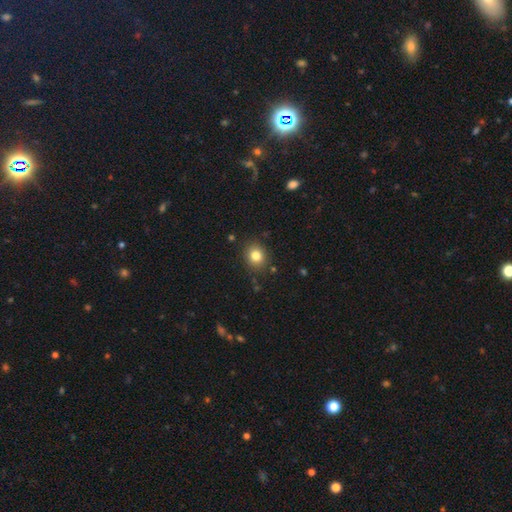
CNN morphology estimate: The model was most divided on "how rounded": round: 72%, in between: 28%, cigar-shaped: 1%. More confident: merging — none (86%); smooth or featured — smooth (81%).